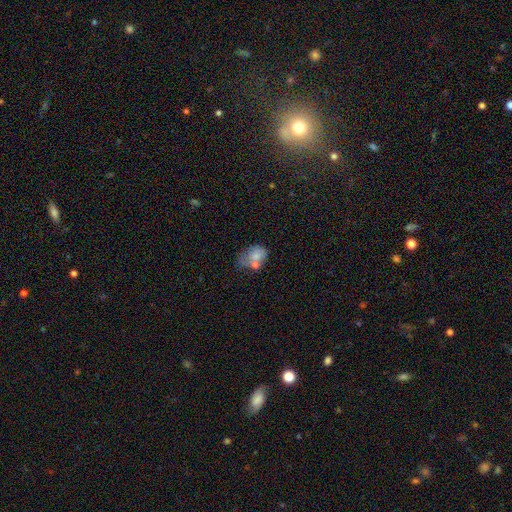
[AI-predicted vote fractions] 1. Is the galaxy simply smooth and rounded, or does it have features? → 68% smooth, 22% featured or disk, 10% star or artifact.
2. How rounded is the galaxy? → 72% in between, 26% round, 1% cigar-shaped.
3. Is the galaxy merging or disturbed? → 32% merger, 29% none, 23% minor disturbance, 16% major disturbance.